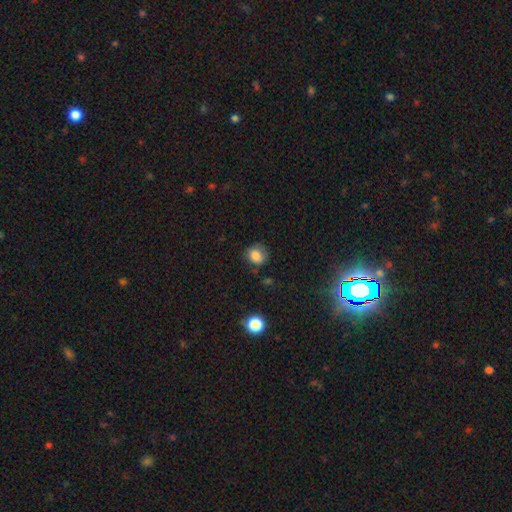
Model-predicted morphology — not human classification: Smooth or featured? Predicted: smooth (p=0.82). How rounded? Predicted: round (p=0.72). Merging? Predicted: none (p=0.68).